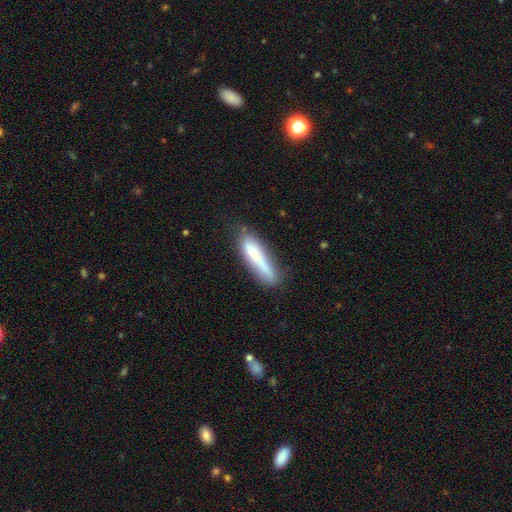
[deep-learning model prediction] Smooth or featured? Predicted: smooth (p=0.71). How rounded? Predicted: cigar-shaped (p=0.82). Merging? Predicted: none (p=0.65).